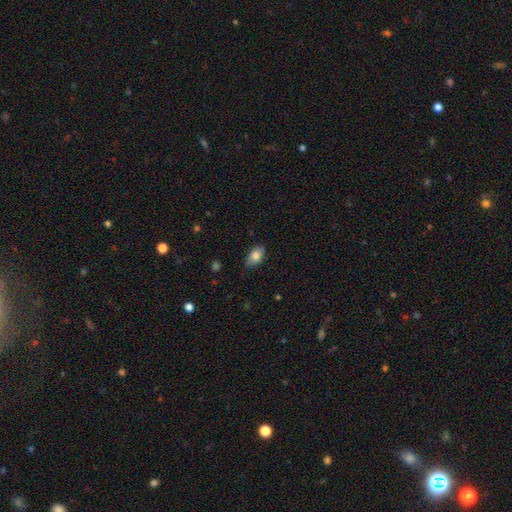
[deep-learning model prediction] A smooth galaxy with no disk features (81%) that is in between round and cigar-shaped (91%).

Vote fractions:
- Smooth or featured? smooth: 81% / featured or disk: 11% / star or artifact: 7%
- How rounded? in between: 91% / round: 6% / cigar-shaped: 3%
- Merging? none: 81% / minor disturbance: 16% / major disturbance: 2% / merger: 1%